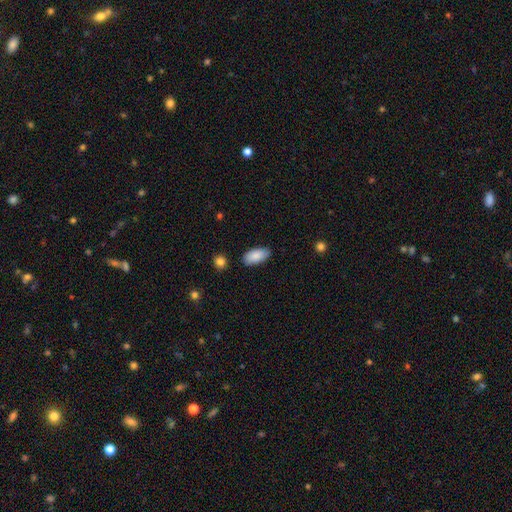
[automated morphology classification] smooth 87%, featured or disk 7%, star or artifact 6%. Down the decision tree: how rounded — in between (93%); merging — none (83%).